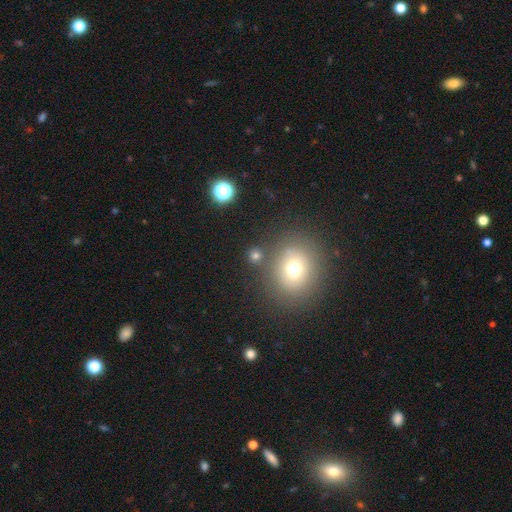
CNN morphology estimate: smooth 73%, star or artifact 18%, featured or disk 9%. Down the decision tree: how rounded — round (85%); merging — none (75%).